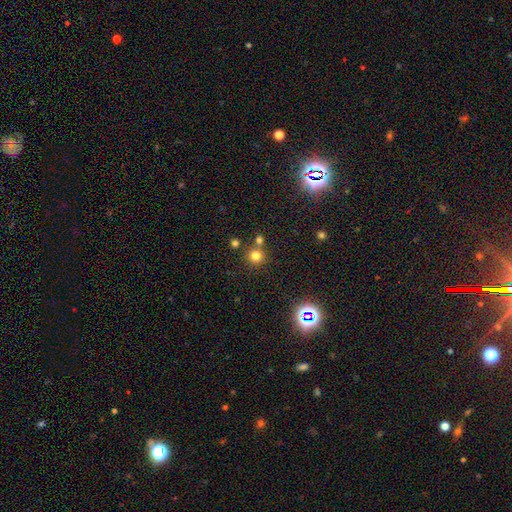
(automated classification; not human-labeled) This appears to be a smooth galaxy with no disk features (75%) that is round (93%). Merging: none (71%).